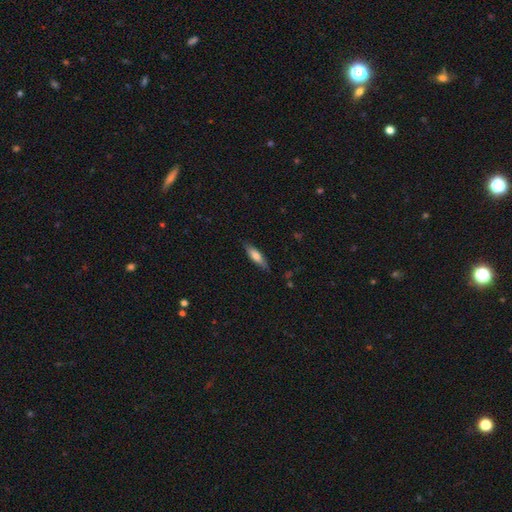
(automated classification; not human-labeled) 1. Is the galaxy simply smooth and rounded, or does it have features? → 66% smooth, 28% featured or disk, 6% star or artifact.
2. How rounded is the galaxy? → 63% cigar-shaped, 36% in between, 2% round.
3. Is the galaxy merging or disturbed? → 83% none, 13% minor disturbance, 2% major disturbance, 1% merger.